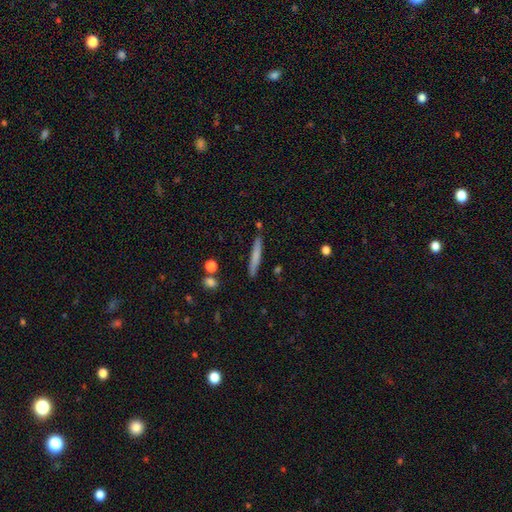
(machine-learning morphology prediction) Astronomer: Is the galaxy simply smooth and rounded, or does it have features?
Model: smooth — 69%.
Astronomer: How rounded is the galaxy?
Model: cigar-shaped — 95%.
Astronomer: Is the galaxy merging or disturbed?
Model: none — 87%.